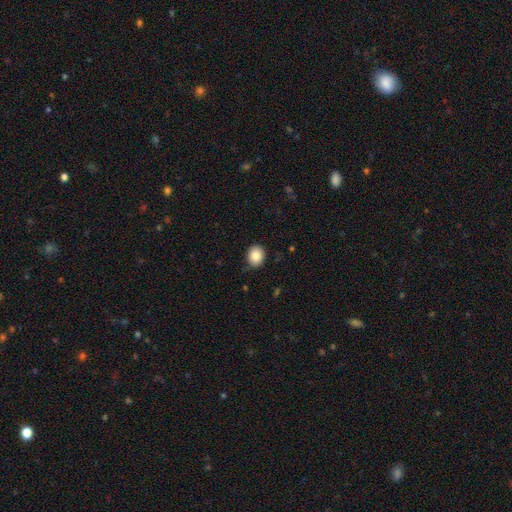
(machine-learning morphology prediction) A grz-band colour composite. It shows a smooth galaxy with no disk features (86%) that is round (51%). Merging: none (85%).